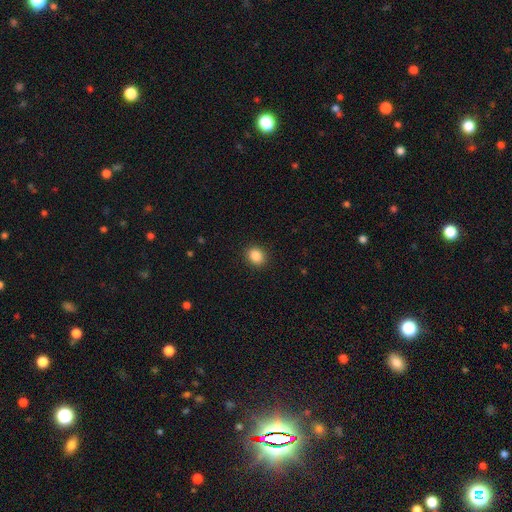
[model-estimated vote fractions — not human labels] Overall: smooth (87%). How rounded: round (62%; in between 37%). Merging: none (91%).